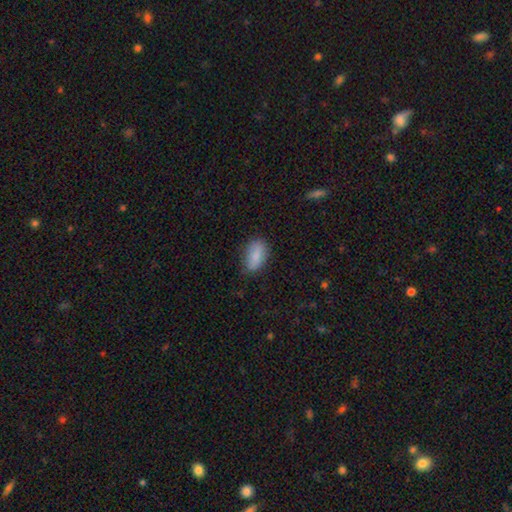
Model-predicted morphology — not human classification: type=smooth (85%); roundness=in between (90%); merging=none (74%).